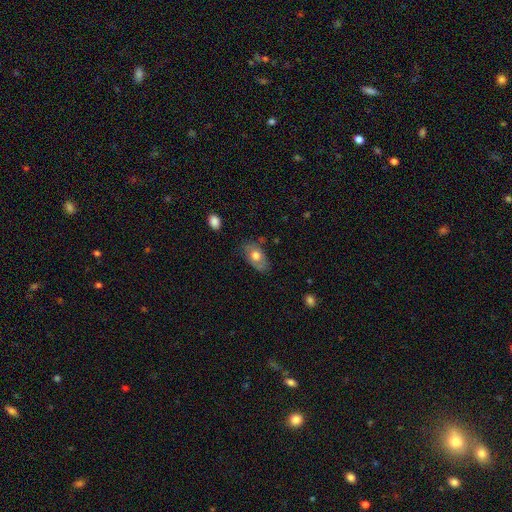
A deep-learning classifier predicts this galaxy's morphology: This is likely a smooth galaxy (66%). How rounded: clearly in between (89%). Merging: likely none (69%).